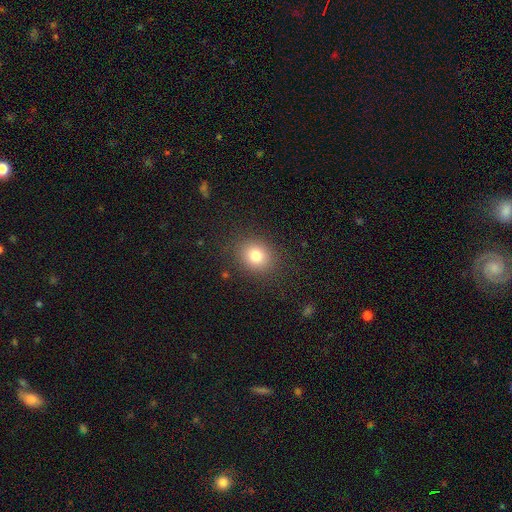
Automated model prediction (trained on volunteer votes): A smooth galaxy with no disk features (79%) that is round (69%).

Vote fractions:
- Smooth or featured? smooth: 79% / star or artifact: 13% / featured or disk: 8%
- How rounded? round: 69% / in between: 30% / cigar-shaped: 1%
- Merging? none: 87% / minor disturbance: 8% / major disturbance: 4% / merger: 1%